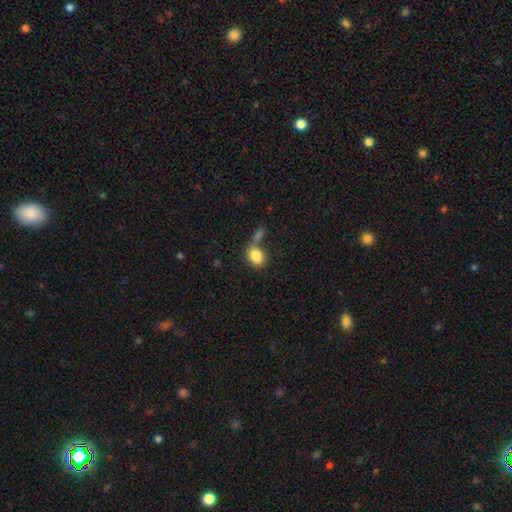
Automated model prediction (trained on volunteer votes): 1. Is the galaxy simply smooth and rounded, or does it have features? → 85% smooth, 8% star or artifact, 7% featured or disk.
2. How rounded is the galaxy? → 64% in between, 34% round, 1% cigar-shaped.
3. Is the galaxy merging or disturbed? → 48% none, 32% merger, 13% minor disturbance, 7% major disturbance.